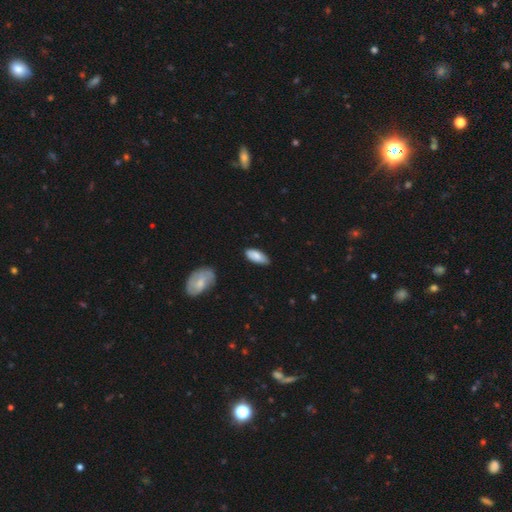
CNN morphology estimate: smooth-or-featured: smooth: 81% | featured or disk: 12% | star or artifact: 6%
  how-rounded: in between: 85% | cigar-shaped: 13% | round: 2%
  merging: none: 74% | minor disturbance: 21% | major disturbance: 3% | merger: 2%